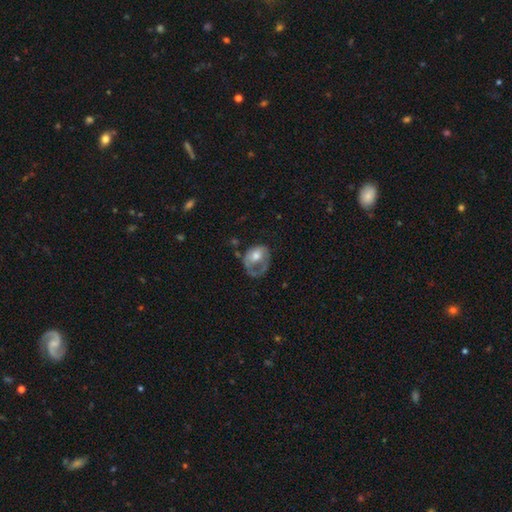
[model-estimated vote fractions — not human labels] Morphology: type=featured or disk (46%, tied with smooth); merging=major disturbance (45%).